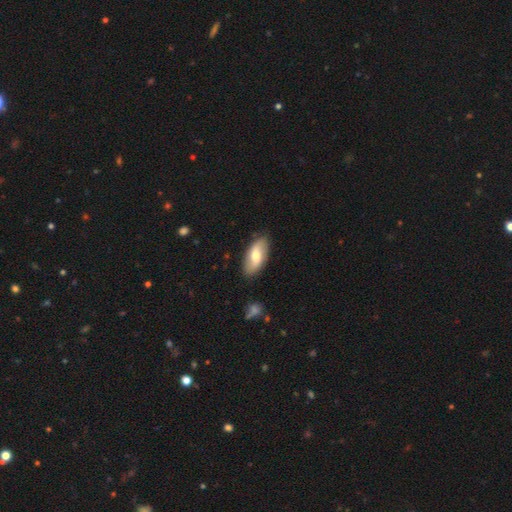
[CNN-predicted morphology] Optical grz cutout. It shows a smooth galaxy with no disk features (56%) that is in between round and cigar-shaped (90%). Merging: none (85%).